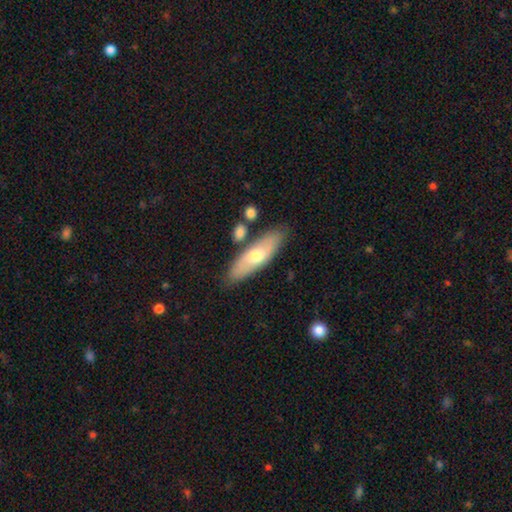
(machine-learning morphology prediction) Smooth or featured? Predicted: smooth (p=0.57). How rounded? Predicted: in between (p=0.50). Merging? Predicted: none (p=0.80).